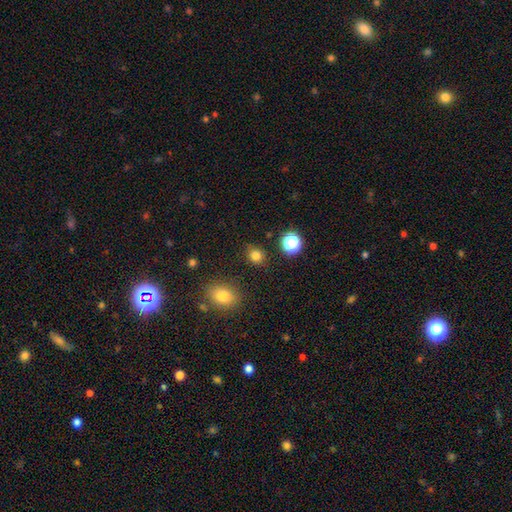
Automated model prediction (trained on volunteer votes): Overall: smooth (80%). How rounded: round (74%). Merging: none (83%).